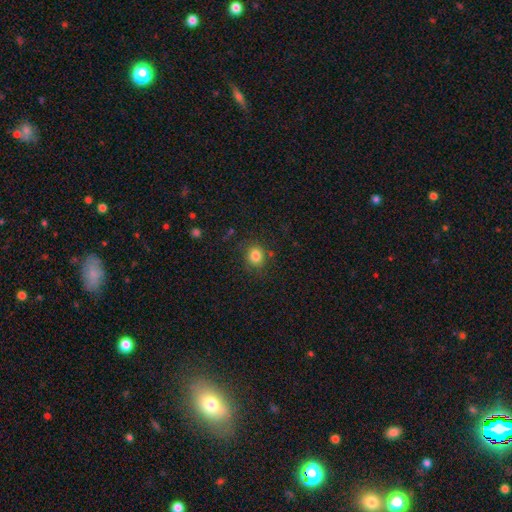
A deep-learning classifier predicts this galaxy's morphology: Smooth or featured? Predicted: smooth (p=0.83). How rounded? Predicted: round (p=0.70). Merging? Predicted: none (p=0.82).